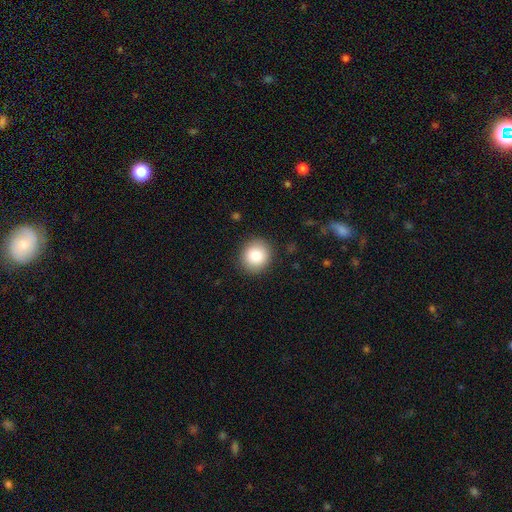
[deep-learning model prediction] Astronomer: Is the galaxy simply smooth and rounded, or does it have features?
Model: smooth — 83%.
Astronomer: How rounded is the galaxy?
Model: round — 87%.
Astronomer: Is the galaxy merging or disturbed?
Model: none — 90%.